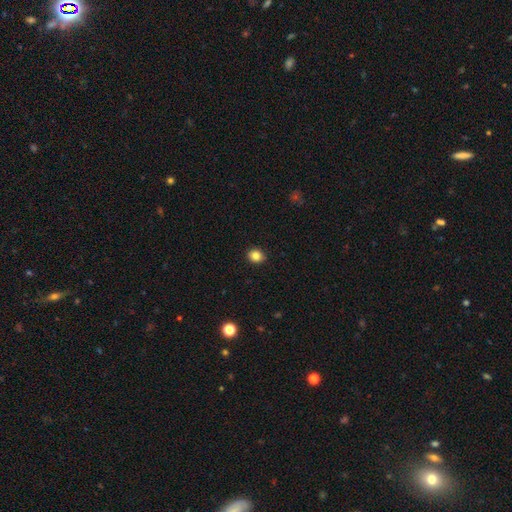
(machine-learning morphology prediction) smooth_or_featured: smooth (p=0.85) [alt: star or artifact p=0.10]
how_rounded: round (p=0.67) [alt: in between p=0.32]
merging: none (p=0.91) [alt: minor disturbance p=0.06]